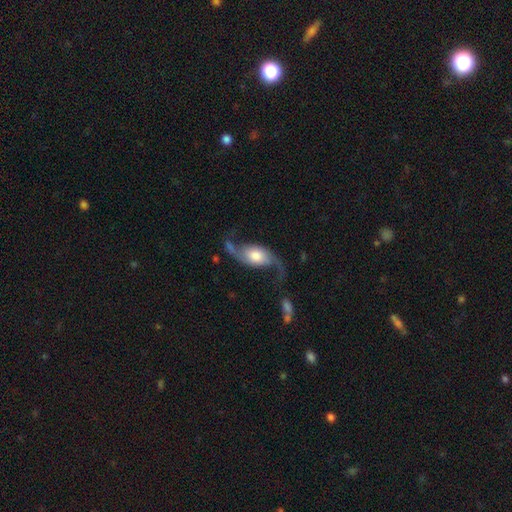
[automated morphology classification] smooth-or-featured: featured or disk: 84% | smooth: 11% | star or artifact: 5%
  disk-edge-on: no: 94% | yes: 6%
    bar: no: 61% | weak: 29% | strong: 10%
    has-spiral-arms: yes: 96% | no: 4%
      spiral-winding: loose: 86% | medium: 11% | tight: 3%
      spiral-arm-count: 2: 93% | 1: 2% | can't tell: 2% | 3: 1% | 4: 1% | more than 4: 1%
    bulge-size: large: 38% | moderate: 36% | small: 12% | dominant: 10% | none: 4%
  merging: none: 60% | minor disturbance: 19% | major disturbance: 17% | merger: 5%